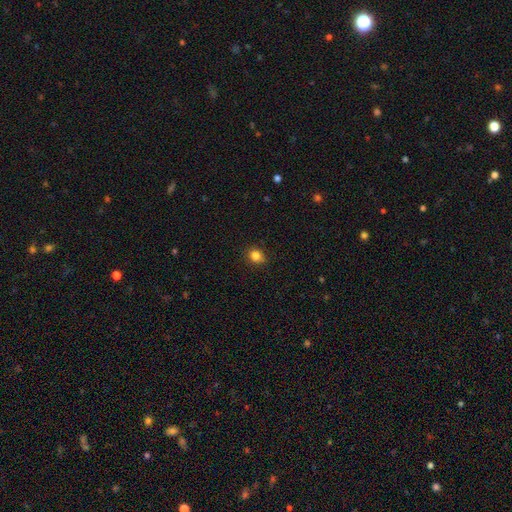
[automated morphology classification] Smooth or featured: smooth — 84% (star or artifact — 12%)
How rounded: round — 74% (in between — 25%)
Merging: none — 86% (minor disturbance — 11%)